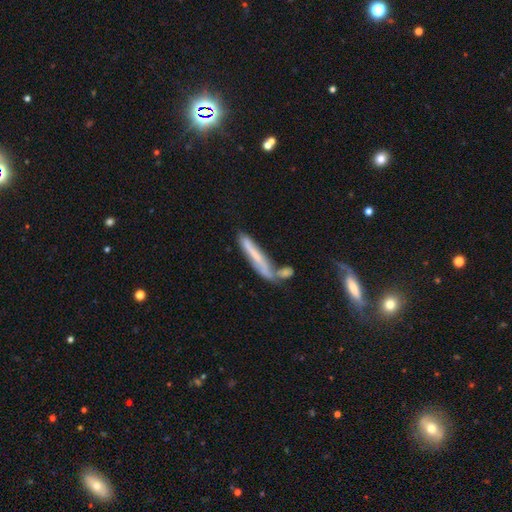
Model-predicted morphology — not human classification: Smooth or featured? smooth (48%)
Merging? none (41%)